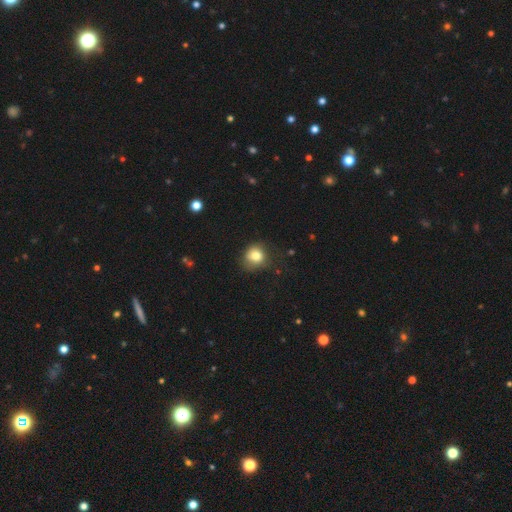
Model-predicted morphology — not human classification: smooth 79%, star or artifact 10%, featured or disk 10%. Down the decision tree: how rounded — round (79%); merging — none (63%).